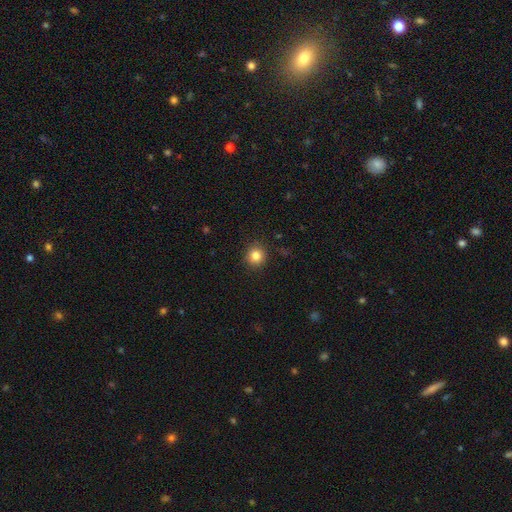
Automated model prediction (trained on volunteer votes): Overall: smooth (84%). How rounded: round (91%). Merging: none (90%).